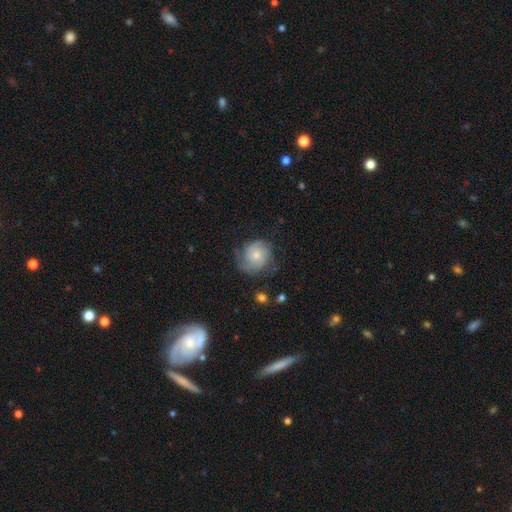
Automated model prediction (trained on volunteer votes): Smooth or featured?
  - featured or disk: 58% *
  - smooth: 35%
  - star or artifact: 7%
Edge-on disk?
  - no: 98% *
  - yes: 2%
Bar?
  - no: 77% *
  - weak: 21%
  - strong: 3%
Spiral arms?
  - yes: 88% *
  - no: 12%
Bulge size?
  - moderate: 48% *
  - small: 43%
  - large: 5%
  - none: 4%
  - dominant: 1%
Merging?
  - none: 63% *
  - minor disturbance: 24%
  - major disturbance: 12%
  - merger: 2%